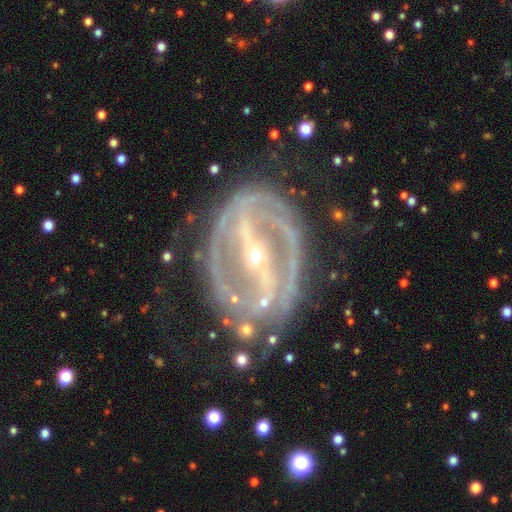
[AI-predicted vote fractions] This appears to be a featured or disk galaxy (91%) with a strong bar (81%), 2 (67%) tight (51%) spiral arms (87%) and a small central bulge (81%). Merging: none (68%).